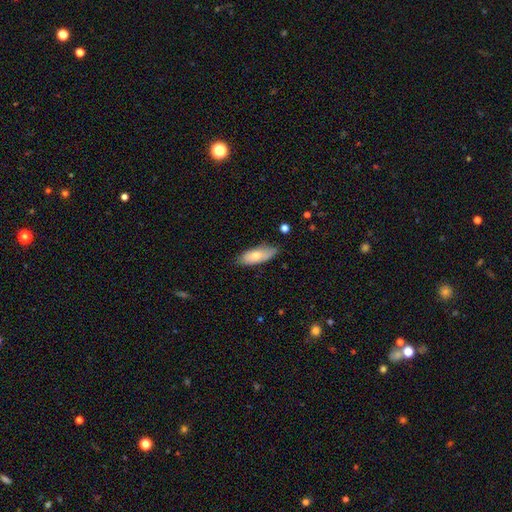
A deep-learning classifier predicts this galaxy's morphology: Overall: smooth (71%). How rounded: in between (76%). Merging: none (75%).